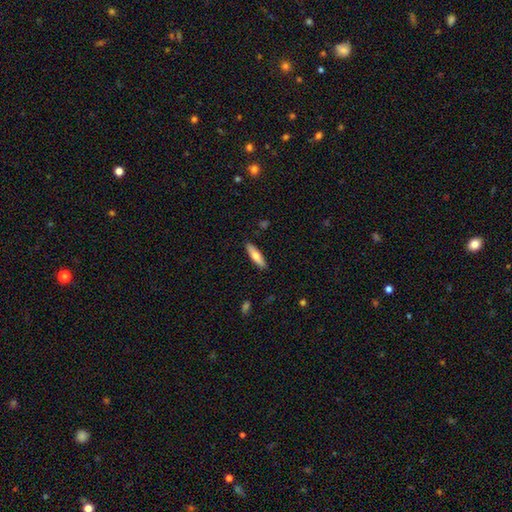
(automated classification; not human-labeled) Smooth or featured? smooth (67%)
How rounded? cigar-shaped (62%)
Merging? none (89%)